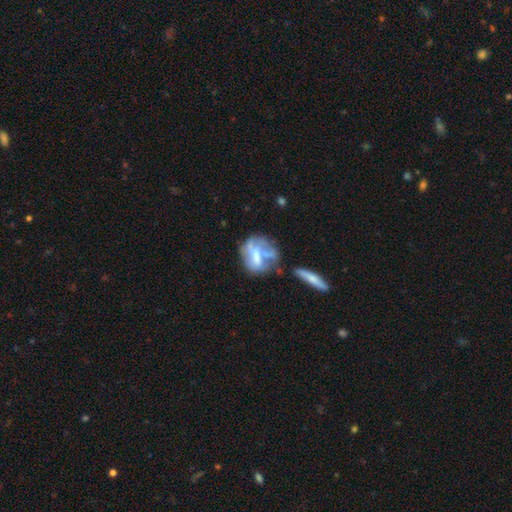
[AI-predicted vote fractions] Smooth or featured? Predicted: featured or disk (p=0.51). Edge-on disk? Predicted: no (p=0.95). Merging? Predicted: none (p=0.35).